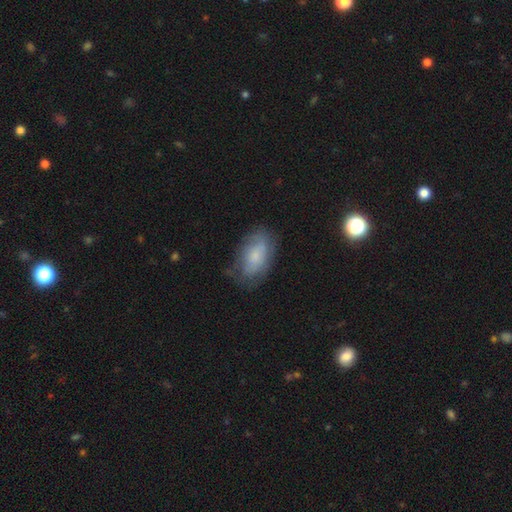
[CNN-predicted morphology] The model was most divided on "smooth or featured": smooth: 57%, featured or disk: 35%, star or artifact: 8%. More confident: how rounded — in between (91%); merging — none (62%).